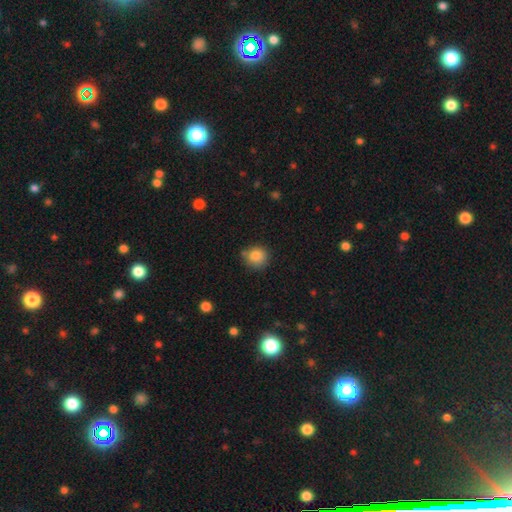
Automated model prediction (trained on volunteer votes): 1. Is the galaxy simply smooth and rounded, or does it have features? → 85% smooth, 10% star or artifact, 6% featured or disk.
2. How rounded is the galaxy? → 90% round, 9% in between, 1% cigar-shaped.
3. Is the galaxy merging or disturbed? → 77% none, 15% minor disturbance, 5% merger, 3% major disturbance.